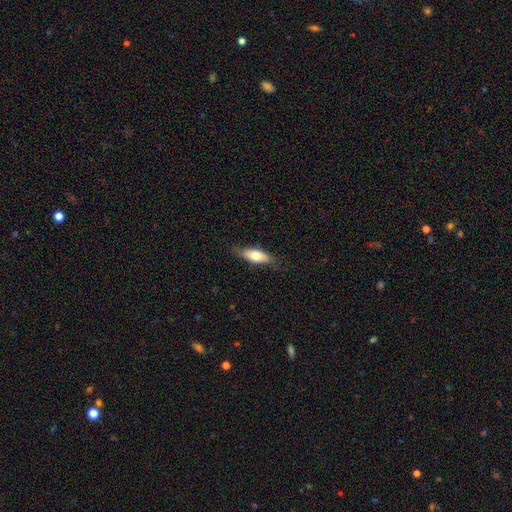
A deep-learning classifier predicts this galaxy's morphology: Smooth or featured?
  - smooth: 68% *
  - featured or disk: 26%
  - star or artifact: 6%
How rounded?
  - in between: 65% *
  - cigar-shaped: 32%
  - round: 2%
Merging?
  - none: 80% *
  - minor disturbance: 16%
  - major disturbance: 3%
  - merger: 1%